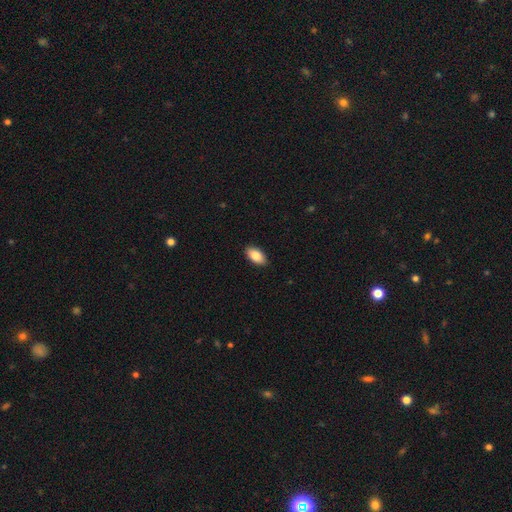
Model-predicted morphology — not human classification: smooth_or_featured: smooth (p=0.85) [alt: featured or disk p=0.08]
how_rounded: in between (p=0.94) [alt: round p=0.03]
merging: none (p=0.89) [alt: minor disturbance p=0.08]